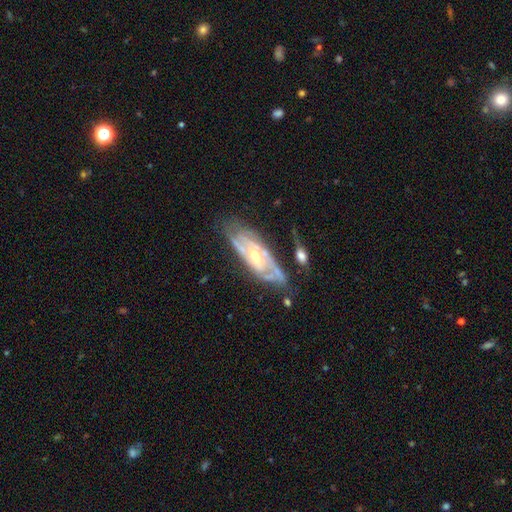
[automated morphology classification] The model was most divided on "bar": no: 45%, weak: 40%, strong: 15%. Remaining: spiral arms — yes (85%); edge-on disk — no (85%); smooth or featured — featured or disk (82%); merging — none (58%); spiral winding — tight (57%); bulge size — moderate (56%); spiral arm count — can't tell (44%).